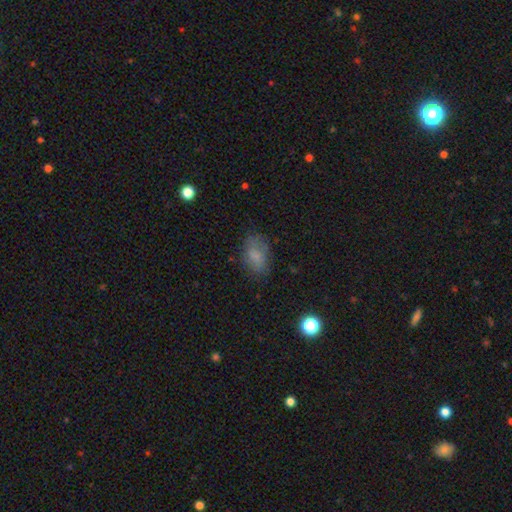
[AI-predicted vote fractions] Smooth or featured? Predicted: smooth (p=0.76). How rounded? Predicted: in between (p=0.88). Merging? Predicted: none (p=0.69).